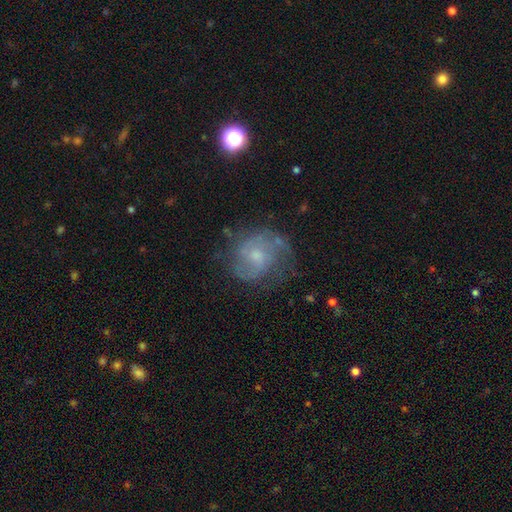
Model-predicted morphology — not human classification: A featured or disk galaxy (72%) with no bar (63%), 2 (55%) medium (46%) spiral arms (87%) and a small central bulge (49%). Merging: none (63%).